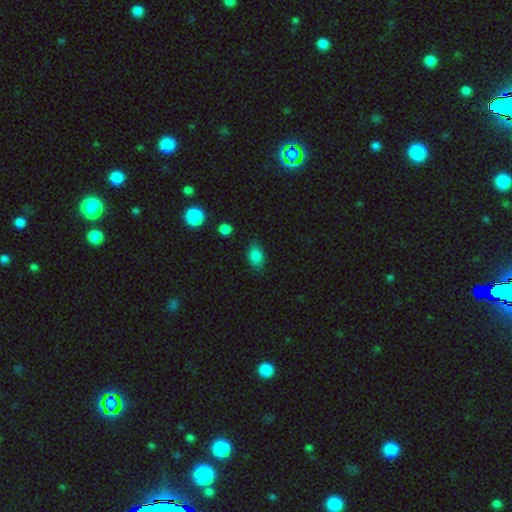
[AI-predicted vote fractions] smooth_or_featured: smooth (p=0.84) [alt: star or artifact p=0.09]
how_rounded: in between (p=0.85) [alt: round p=0.13]
merging: none (p=0.79) [alt: minor disturbance p=0.16]